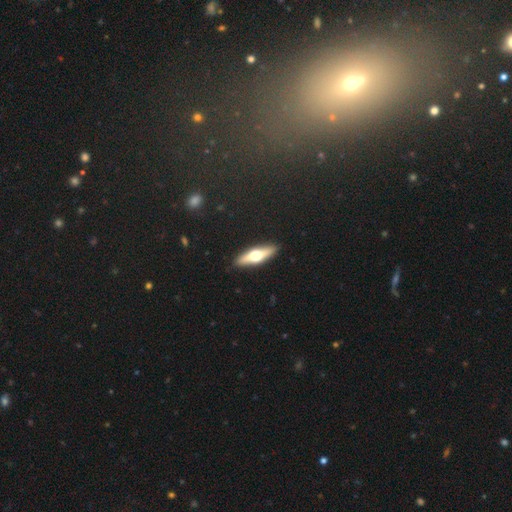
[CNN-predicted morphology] smooth-or-featured: featured or disk: 54% | smooth: 41% | star or artifact: 5%
  disk-edge-on: yes: 91% | no: 9%
  merging: none: 90% | minor disturbance: 7% | major disturbance: 2% | merger: 1%